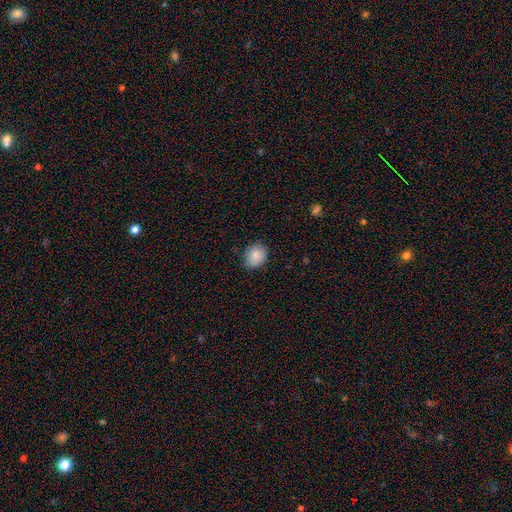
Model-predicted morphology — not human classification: This appears to be a smooth galaxy with no disk features (85%) that is round (61%). Merging: none (80%).